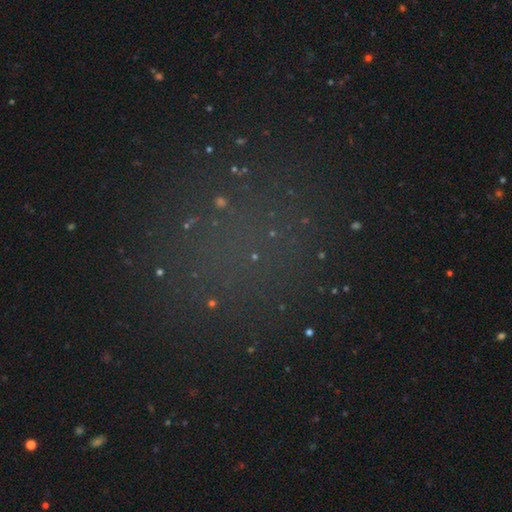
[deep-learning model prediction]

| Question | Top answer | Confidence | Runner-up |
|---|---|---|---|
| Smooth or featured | star or artifact | 56% | smooth (29%) |